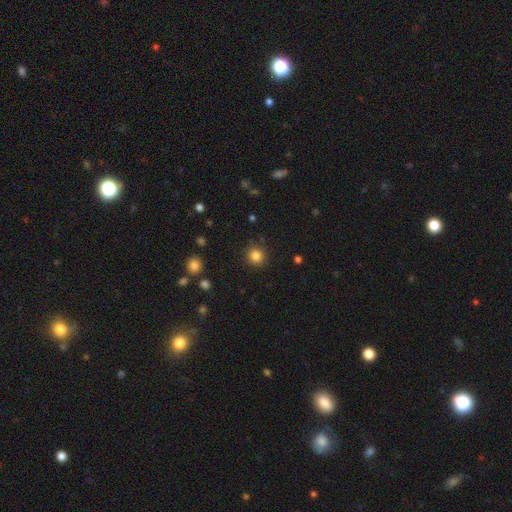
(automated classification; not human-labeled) This appears to be a smooth galaxy with no disk features (83%) that is round (92%). Merging: none (89%).